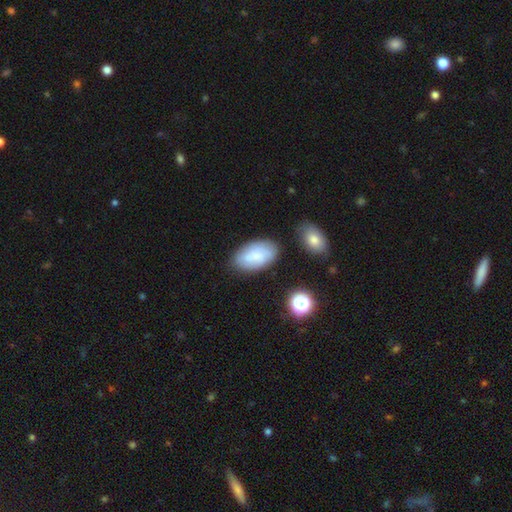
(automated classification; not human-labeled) smooth 66%, featured or disk 25%, star or artifact 9%. Down the decision tree: how rounded — in between (93%); merging — none (76%).